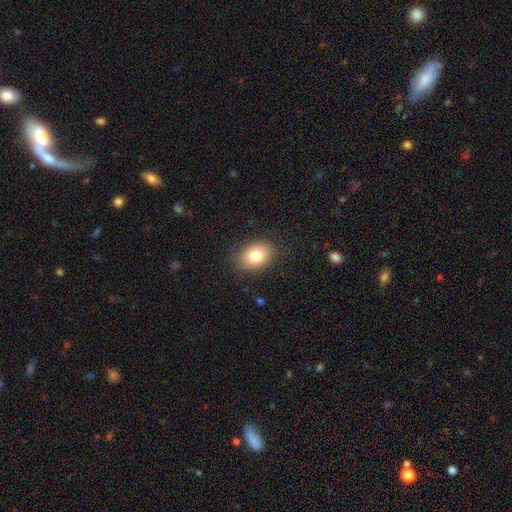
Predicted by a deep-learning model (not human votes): smooth_or_featured: smooth (p=0.79) [alt: featured or disk p=0.12]
how_rounded: in between (p=0.72) [alt: round p=0.27]
merging: none (p=0.83) [alt: minor disturbance p=0.13]